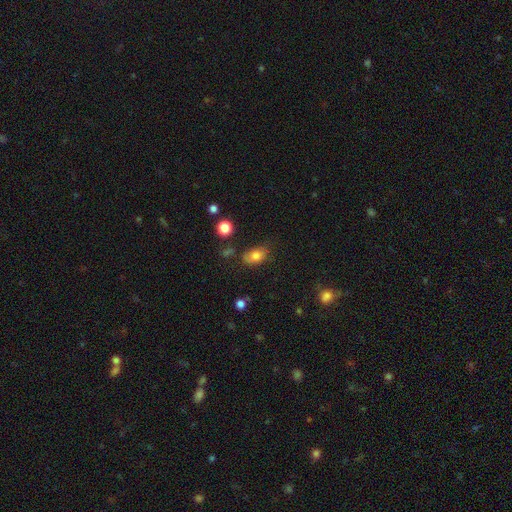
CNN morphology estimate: Smooth or featured? smooth (80%)
How rounded? in between (81%)
Merging? none (62%)